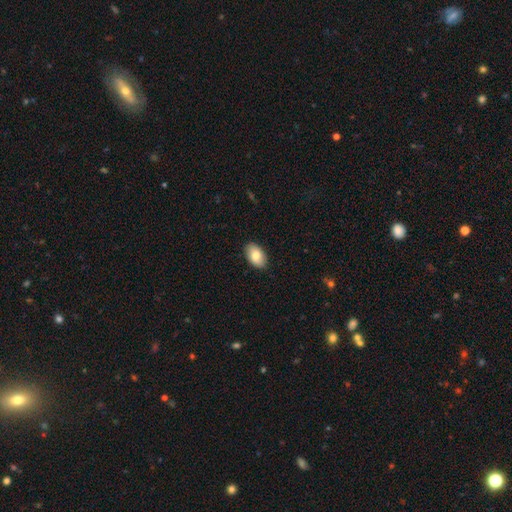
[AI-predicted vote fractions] Smooth or featured: smooth — 81% (featured or disk — 12%)
How rounded: in between — 93% (round — 6%)
Merging: none — 89% (minor disturbance — 8%)